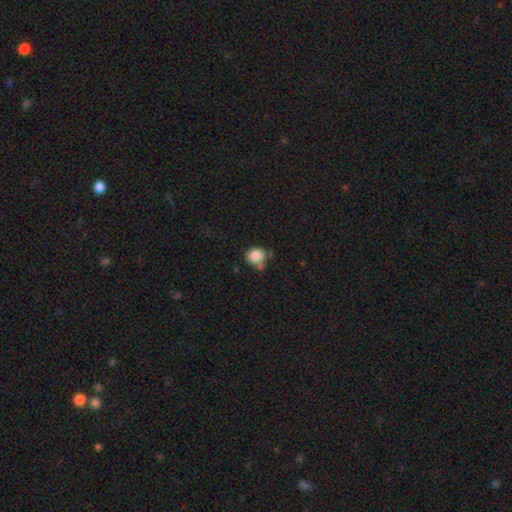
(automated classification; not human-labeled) Smooth or featured? smooth (85%)
How rounded? round (78%)
Merging? none (50%)